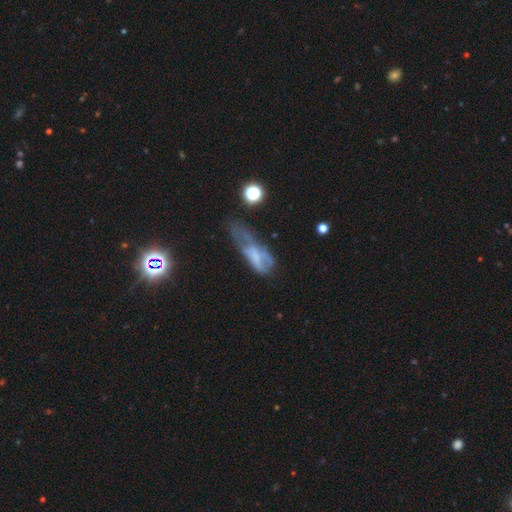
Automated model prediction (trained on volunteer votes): Smooth or featured? Predicted: smooth (p=0.44). Merging? Predicted: major disturbance (p=0.45).